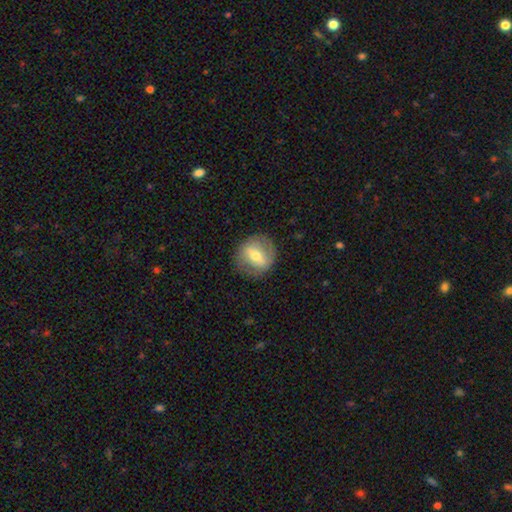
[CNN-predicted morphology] Q: Smooth or featured?
A: featured or disk (53%); runner-up: smooth (40%)
Q: Edge-on disk?
A: no (90%); runner-up: yes (10%)
Q: Merging?
A: none (82%); runner-up: minor disturbance (12%)